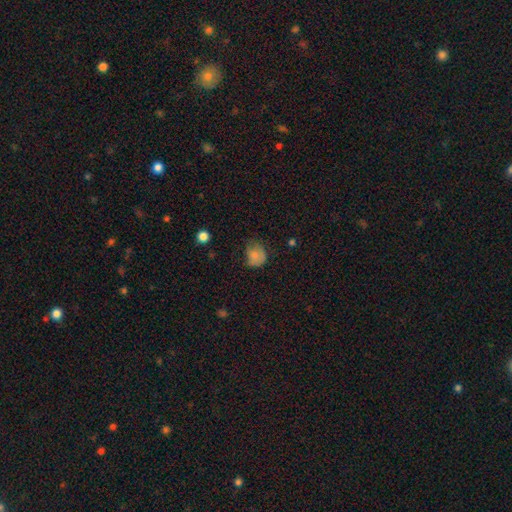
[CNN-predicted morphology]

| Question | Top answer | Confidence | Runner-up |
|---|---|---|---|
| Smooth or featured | smooth | 77% | featured or disk (12%) |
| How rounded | round | 62% | in between (37%) |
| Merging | none | 47% | minor disturbance (35%) |